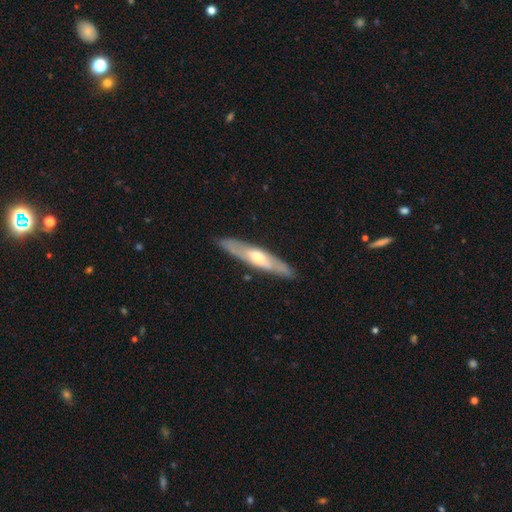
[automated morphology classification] A featured or disk galaxy (66%) viewed edge-on (72%). Merging: none (88%).